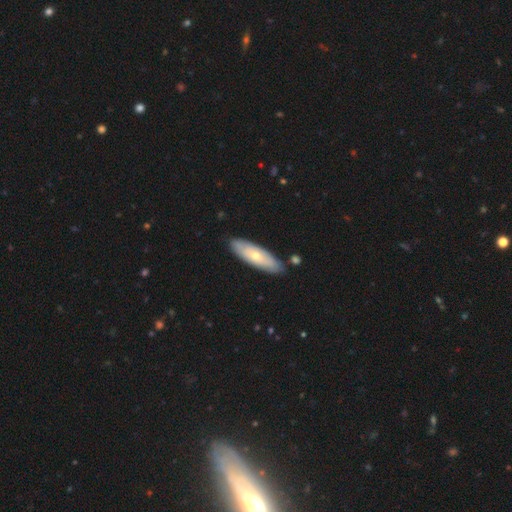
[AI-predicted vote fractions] The model was most divided on "smooth or featured": smooth: 48%, featured or disk: 47%, star or artifact: 5%. More confident: merging — none (83%).